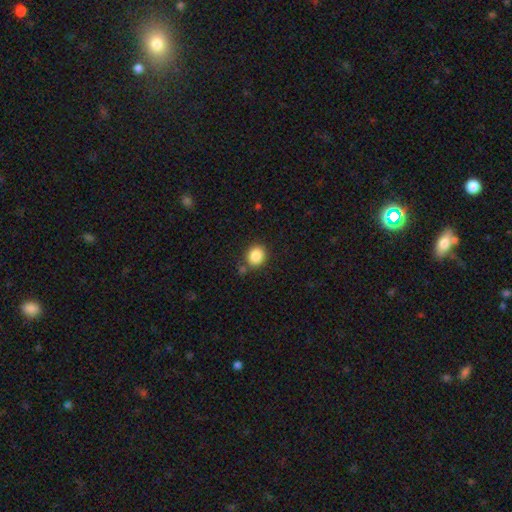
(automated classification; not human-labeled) Morphology: type=smooth (87%); roundness=round (70%); merging=none (79%).